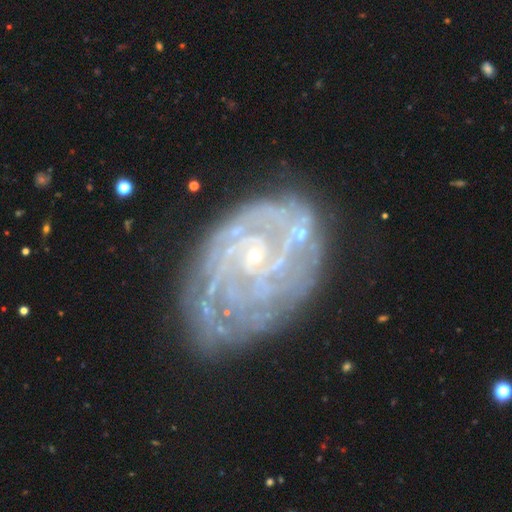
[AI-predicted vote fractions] smooth_or_featured: featured or disk (p=0.84) [alt: smooth p=0.08]
disk_edge_on: no (p=0.97) [alt: yes p=0.03]
bar: no (p=0.67) [alt: weak p=0.26]
has_spiral_arms: yes (p=0.92) [alt: no p=0.08]
spiral_winding: tight (p=0.68) [alt: medium p=0.25]
spiral_arm_count: can't tell (p=0.36) [alt: 2 p=0.17]
bulge_size: small (p=0.84) [alt: moderate p=0.09]
merging: none (p=0.64) [alt: minor disturbance p=0.22]